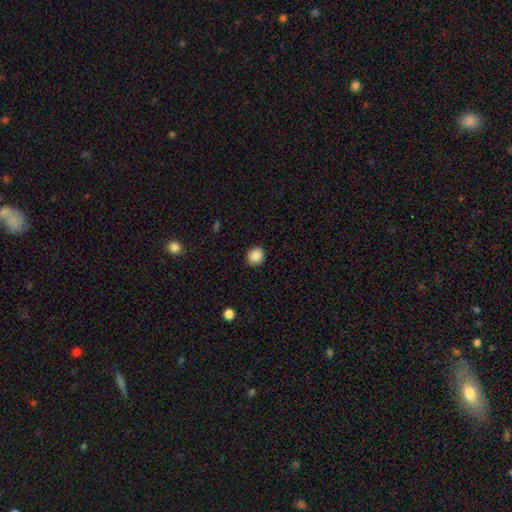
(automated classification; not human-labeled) A smooth galaxy with no disk features (88%) that is round (84%).

Vote fractions:
- Smooth or featured? smooth: 88% / star or artifact: 9% / featured or disk: 3%
- How rounded? round: 84% / in between: 15% / cigar-shaped: 1%
- Merging? none: 90% / minor disturbance: 7% / major disturbance: 2% / merger: 1%